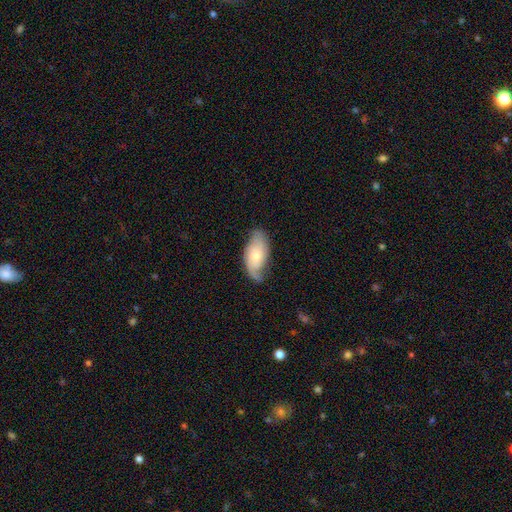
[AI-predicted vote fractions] Q: Smooth or featured?
A: featured or disk (66%); runner-up: smooth (28%)
Q: Edge-on disk?
A: no (93%); runner-up: yes (7%)
Q: Bar?
A: no (70%); runner-up: weak (27%)
Q: Spiral arms?
A: yes (92%); runner-up: no (8%)
Q: Spiral winding?
A: medium (42%); runner-up: tight (30%)
Q: Spiral arm count?
A: 2 (68%); runner-up: can't tell (15%)
Q: Bulge size?
A: moderate (51%); runner-up: small (38%)
Q: Merging?
A: none (67%); runner-up: minor disturbance (23%)